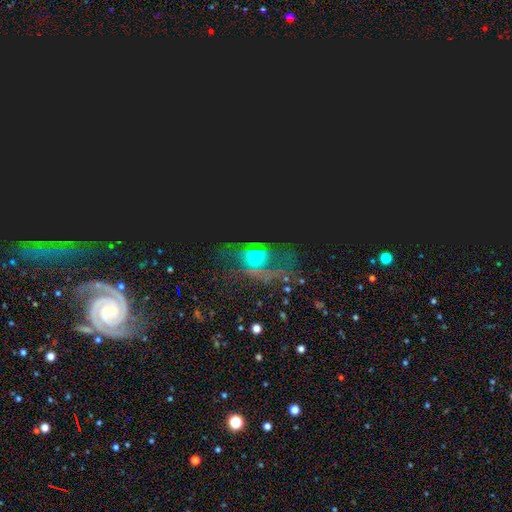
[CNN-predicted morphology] smooth_or_featured: featured or disk (p=0.51) [alt: star or artifact p=0.30]
disk_edge_on: no (p=0.84) [alt: yes p=0.16]
merging: none (p=0.50) [alt: major disturbance p=0.27]